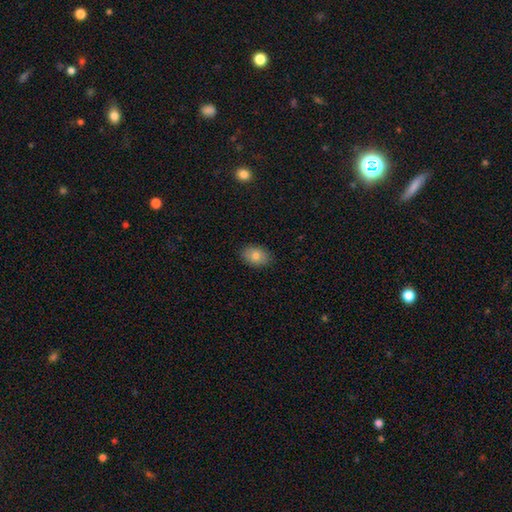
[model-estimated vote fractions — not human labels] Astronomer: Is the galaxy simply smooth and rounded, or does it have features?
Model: smooth — 81%.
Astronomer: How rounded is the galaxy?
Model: in between — 81%.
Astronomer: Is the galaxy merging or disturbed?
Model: none — 88%.